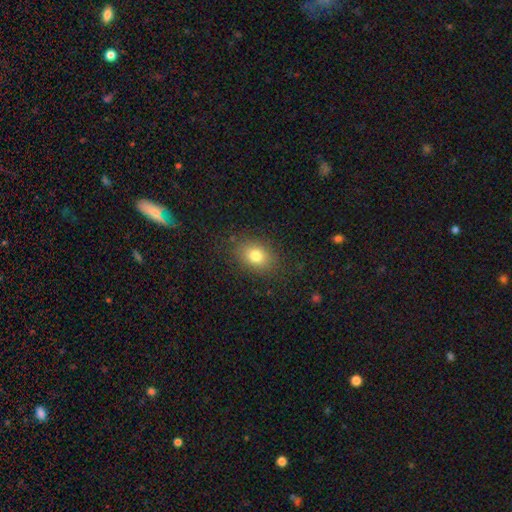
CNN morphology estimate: Smooth or featured: smooth — 78% (star or artifact — 11%)
How rounded: in between — 67% (round — 31%)
Merging: none — 84% (minor disturbance — 11%)